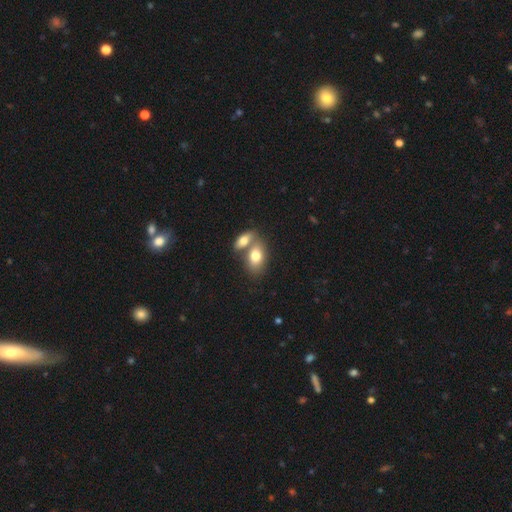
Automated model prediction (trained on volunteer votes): This appears to be a smooth galaxy with no disk features (76%) that is in between round and cigar-shaped (87%). Merging: merger (55%).